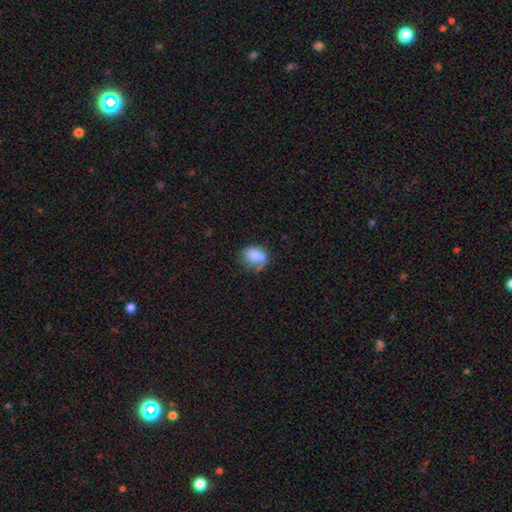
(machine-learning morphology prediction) Smooth or featured?
  - smooth: 78% *
  - featured or disk: 12%
  - star or artifact: 10%
How rounded?
  - in between: 70% *
  - round: 29%
  - cigar-shaped: 1%
Merging?
  - none: 46% *
  - minor disturbance: 29%
  - major disturbance: 15%
  - merger: 10%